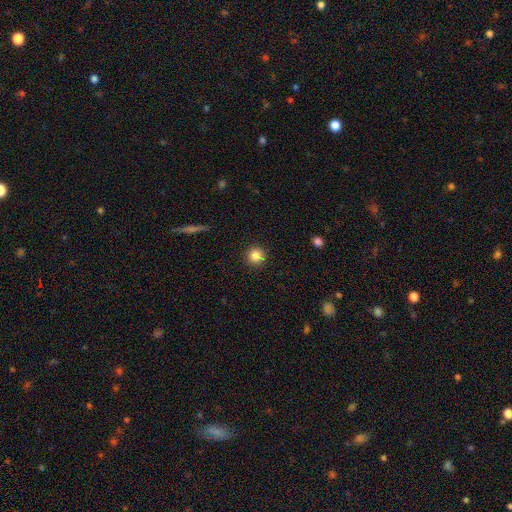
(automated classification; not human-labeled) The model was most divided on "smooth or featured": smooth: 84%, star or artifact: 11%, featured or disk: 5%. More confident: how rounded — round (94%); merging — none (91%).